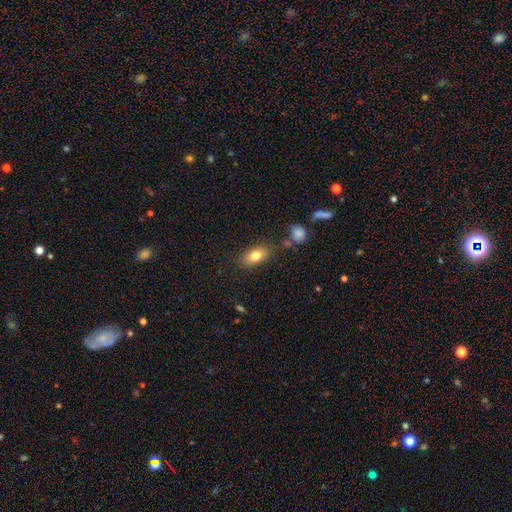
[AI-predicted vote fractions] Smooth or featured: smooth — 79% (featured or disk — 13%)
How rounded: in between — 87% (round — 7%)
Merging: none — 79% (minor disturbance — 13%)